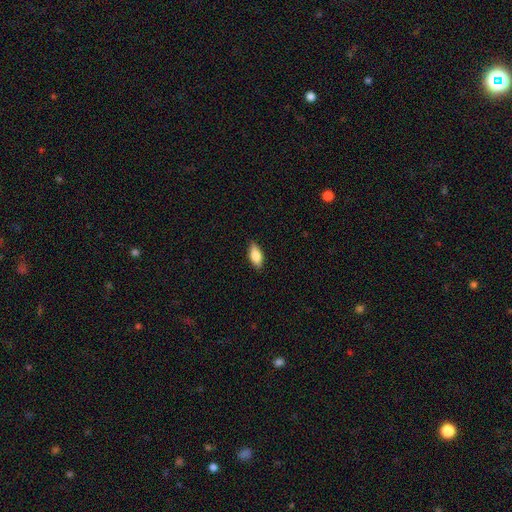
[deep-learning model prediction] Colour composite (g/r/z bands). It shows a smooth galaxy with no disk features (83%) that is in between round and cigar-shaped (85%). Merging: none (87%).